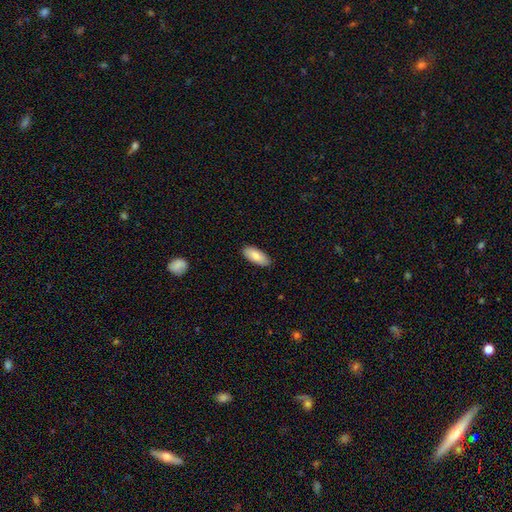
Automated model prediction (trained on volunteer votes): Smooth or featured: smooth — 85% (featured or disk — 9%)
How rounded: in between — 86% (cigar-shaped — 13%)
Merging: none — 88% (minor disturbance — 9%)